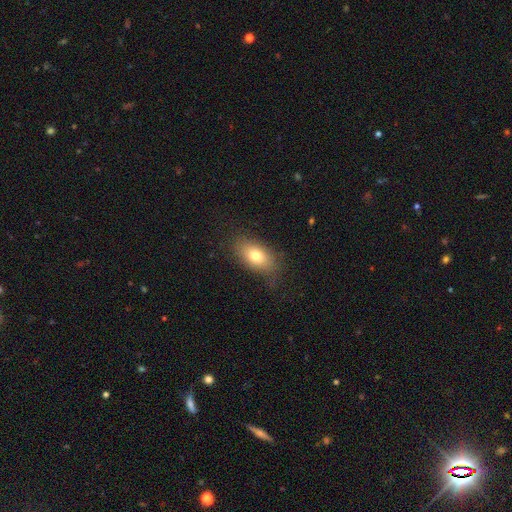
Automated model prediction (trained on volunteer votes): smooth_or_featured: smooth (p=0.75) [alt: featured or disk p=0.16]
how_rounded: in between (p=0.88) [alt: round p=0.08]
merging: none (p=0.78) [alt: minor disturbance p=0.16]